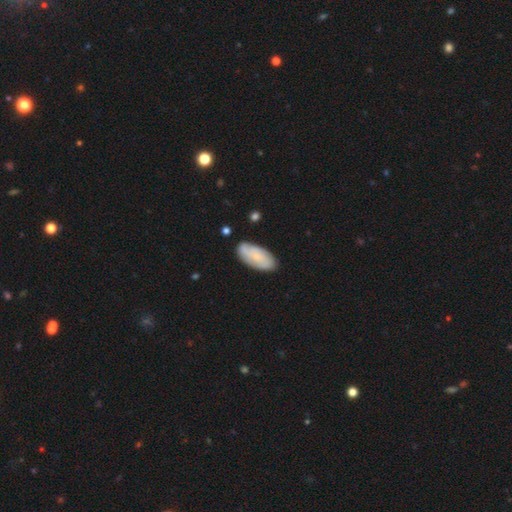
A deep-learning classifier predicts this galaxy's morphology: smooth-or-featured: smooth: 64% | featured or disk: 29% | star or artifact: 6%
  how-rounded: in between: 90% | cigar-shaped: 8% | round: 2%
  merging: none: 76% | minor disturbance: 18% | major disturbance: 3% | merger: 3%